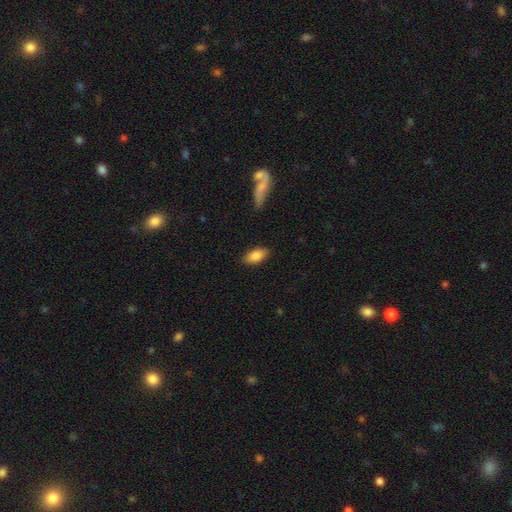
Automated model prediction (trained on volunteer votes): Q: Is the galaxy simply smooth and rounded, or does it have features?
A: smooth — 84%.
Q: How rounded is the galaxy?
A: in between — 90%.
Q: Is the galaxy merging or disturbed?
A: none — 86%.